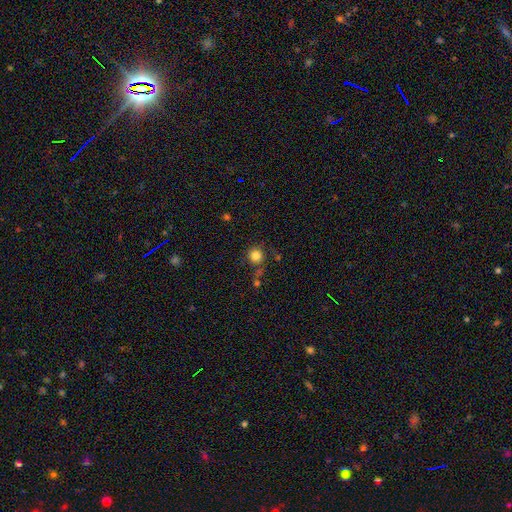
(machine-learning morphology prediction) A smooth galaxy with no disk features (82%) that is round (92%).

Vote fractions:
- Smooth or featured? smooth: 82% / star or artifact: 12% / featured or disk: 6%
- How rounded? round: 92% / in between: 7% / cigar-shaped: 1%
- Merging? none: 72% / minor disturbance: 13% / merger: 9% / major disturbance: 6%